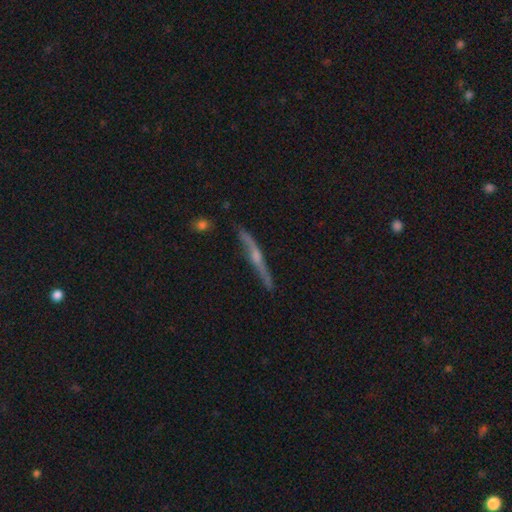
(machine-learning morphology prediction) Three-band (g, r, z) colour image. It shows a featured or disk galaxy (77%) viewed edge-on (96%) with a rounded central bulge (77%). Merging: none (84%).